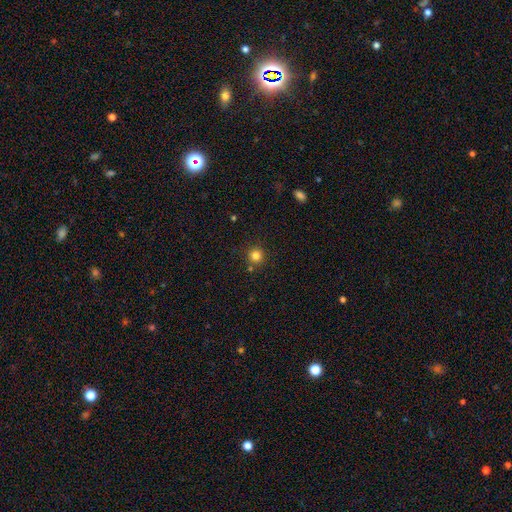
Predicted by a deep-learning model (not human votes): A smooth galaxy with no disk features (81%) that is round (95%).

Vote fractions:
- Smooth or featured? smooth: 81% / star or artifact: 13% / featured or disk: 5%
- How rounded? round: 95% / in between: 4% / cigar-shaped: 1%
- Merging? none: 85% / minor disturbance: 7% / merger: 6% / major disturbance: 2%